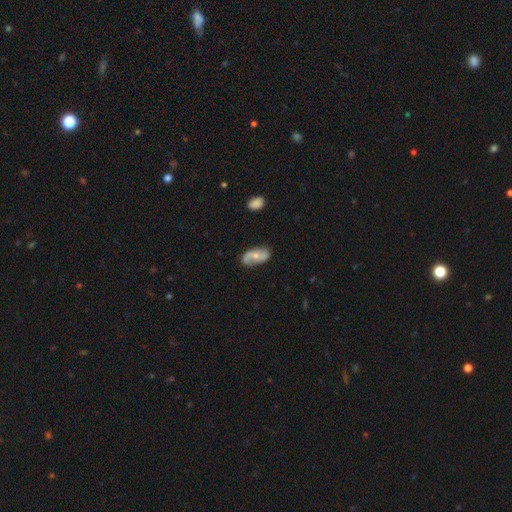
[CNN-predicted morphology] Smooth or featured? featured or disk (57%)
Edge-on disk? no (93%)
Bar? no (69%)
Spiral arms? yes (77%)
Bulge size? moderate (53%)
Merging? none (66%)